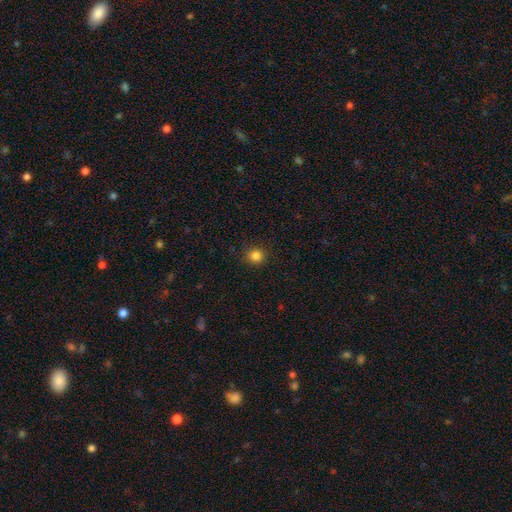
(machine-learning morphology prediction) Q: Smooth or featured?
A: smooth (84%); runner-up: star or artifact (13%)
Q: How rounded?
A: round (92%); runner-up: in between (7%)
Q: Merging?
A: none (90%); runner-up: minor disturbance (7%)